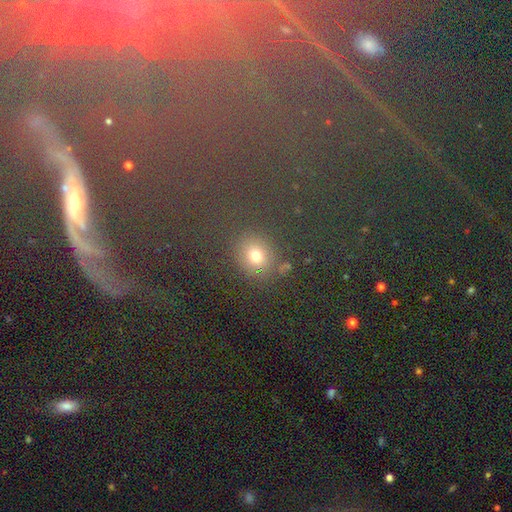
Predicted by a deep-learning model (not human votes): Morphology: type=smooth (67%); roundness=round (68%); merging=none (75%).